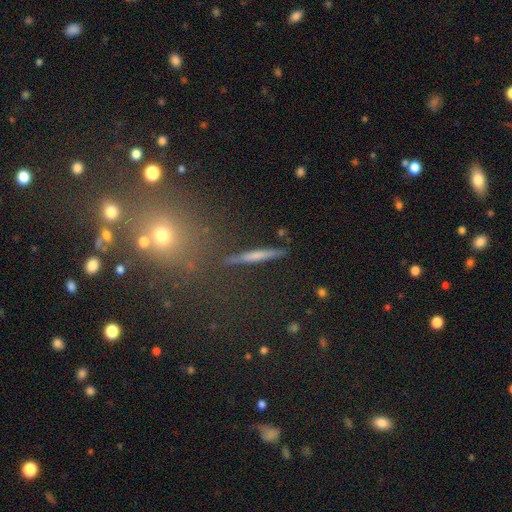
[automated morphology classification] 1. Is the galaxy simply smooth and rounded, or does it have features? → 44% featured or disk, 41% smooth, 15% star or artifact.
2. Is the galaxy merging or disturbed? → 88% none, 7% minor disturbance, 2% major disturbance, 2% merger.